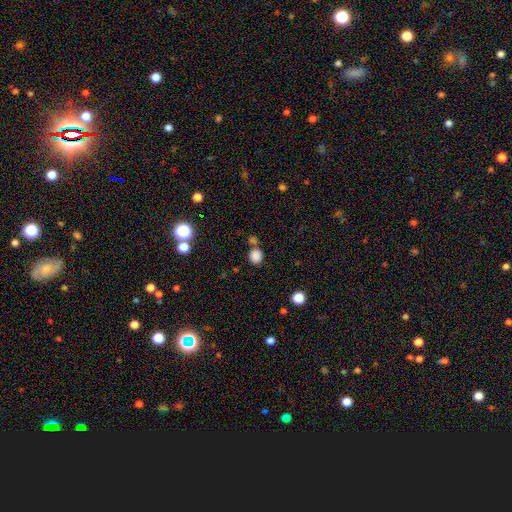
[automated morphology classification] A smooth galaxy with no disk features (83%) that is round (79%). Merging: none (67%).